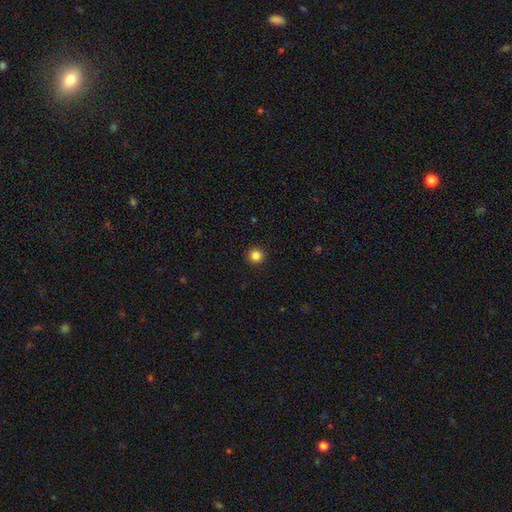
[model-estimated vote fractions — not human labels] The model was most divided on "smooth or featured": smooth: 85%, star or artifact: 11%, featured or disk: 4%. More confident: how rounded — round (96%); merging — none (93%).